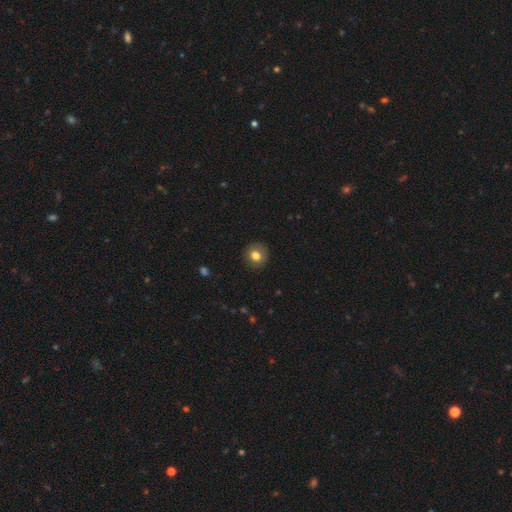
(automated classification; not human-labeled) smooth-or-featured: smooth: 80% | featured or disk: 11% | star or artifact: 10%
  how-rounded: round: 89% | in between: 10% | cigar-shaped: 1%
  merging: none: 88% | minor disturbance: 8% | major disturbance: 2% | merger: 1%